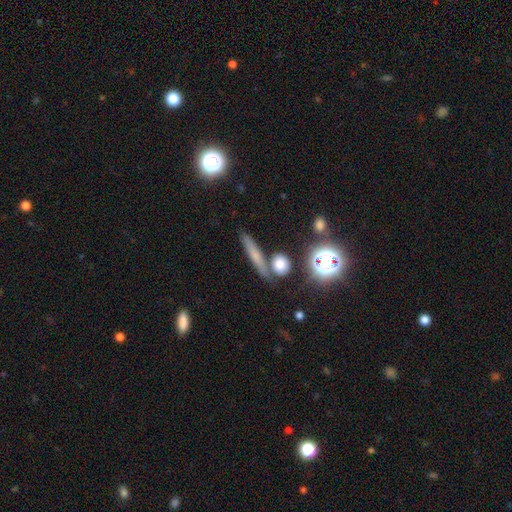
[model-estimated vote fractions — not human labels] Overall: smooth (55%; featured or disk 29%). How rounded: cigar-shaped (74%). Merging: none (77%).